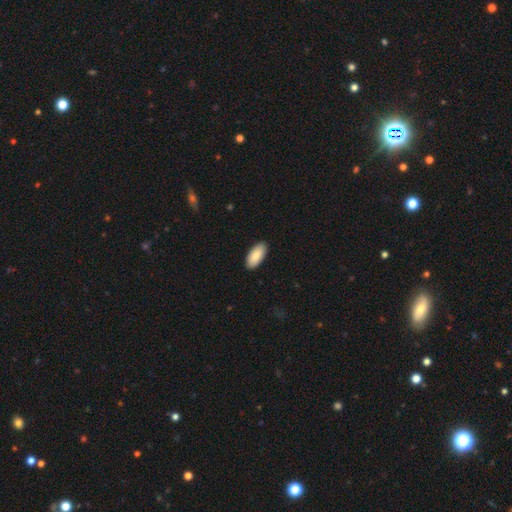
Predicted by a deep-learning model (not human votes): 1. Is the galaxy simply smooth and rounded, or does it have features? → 87% smooth, 7% featured or disk, 6% star or artifact.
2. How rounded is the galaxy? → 93% in between, 6% cigar-shaped, 2% round.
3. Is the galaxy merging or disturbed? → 89% none, 8% minor disturbance, 2% major disturbance, 1% merger.